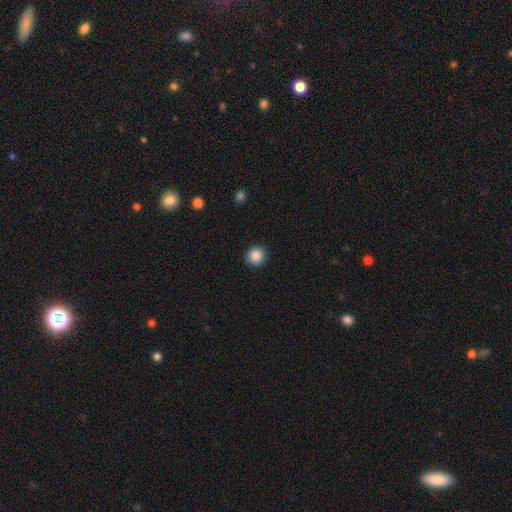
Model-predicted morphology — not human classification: Q: Smooth or featured?
A: smooth (87%); runner-up: star or artifact (10%)
Q: How rounded?
A: round (92%); runner-up: in between (7%)
Q: Merging?
A: none (91%); runner-up: minor disturbance (6%)